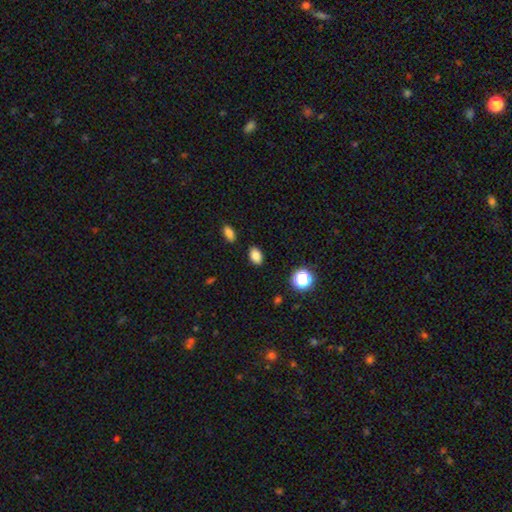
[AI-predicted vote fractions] Morphology: type=smooth (83%); roundness=in between (82%); merging=none (87%).